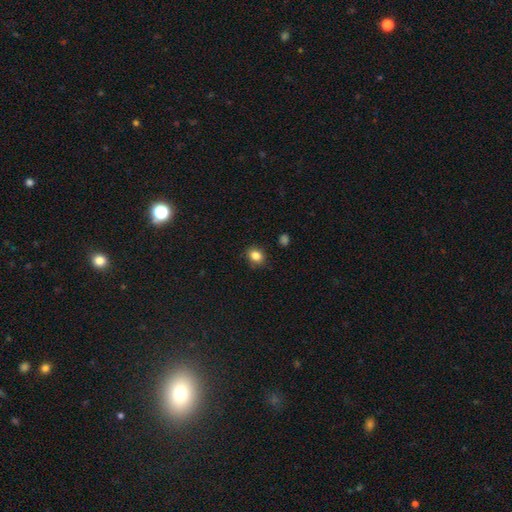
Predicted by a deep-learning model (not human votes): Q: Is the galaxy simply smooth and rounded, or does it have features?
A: smooth — 84%.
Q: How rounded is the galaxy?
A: round — 54%.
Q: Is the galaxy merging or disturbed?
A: none — 86%.